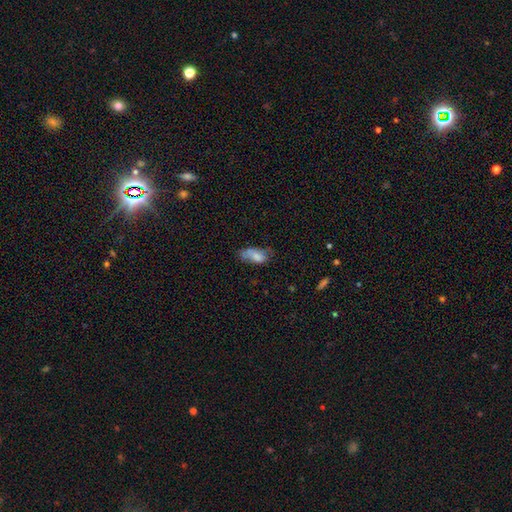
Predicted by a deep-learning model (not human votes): smooth-or-featured: smooth: 70% | featured or disk: 21% | star or artifact: 10%
  how-rounded: in between: 88% | cigar-shaped: 9% | round: 4%
  merging: none: 40% | minor disturbance: 32% | major disturbance: 19% | merger: 9%